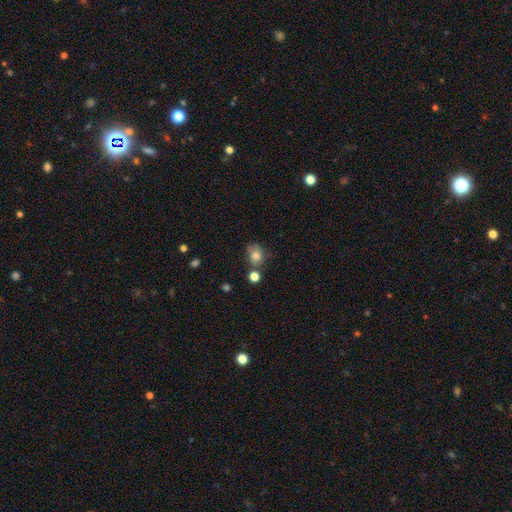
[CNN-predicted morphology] A smooth galaxy with no disk features (75%) that is round (59%). Merging: none (53%).